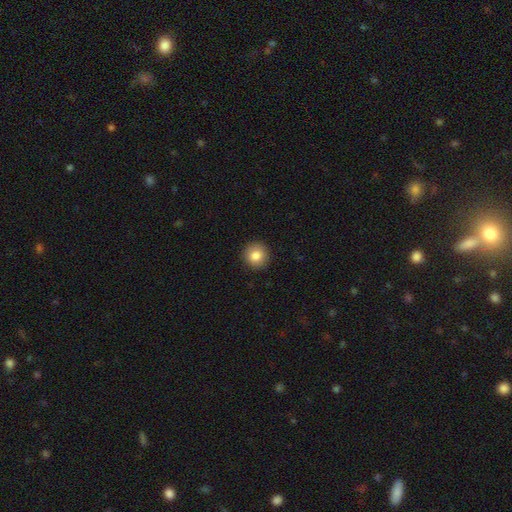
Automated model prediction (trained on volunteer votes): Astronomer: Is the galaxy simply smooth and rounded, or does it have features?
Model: smooth — 84%.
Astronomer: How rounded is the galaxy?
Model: round — 94%.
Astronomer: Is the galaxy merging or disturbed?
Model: none — 92%.